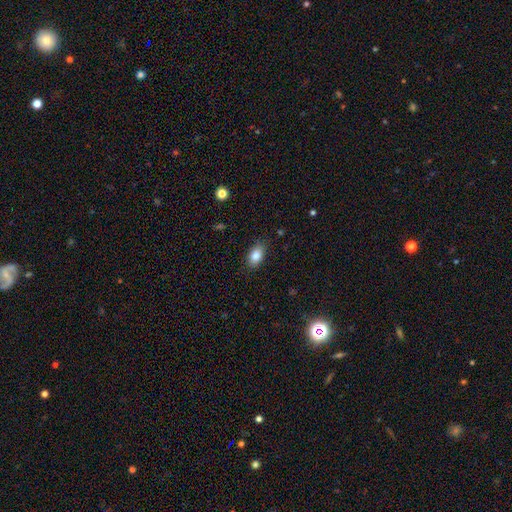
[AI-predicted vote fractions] Morphology: type=smooth (84%); roundness=in between (89%); merging=none (84%).